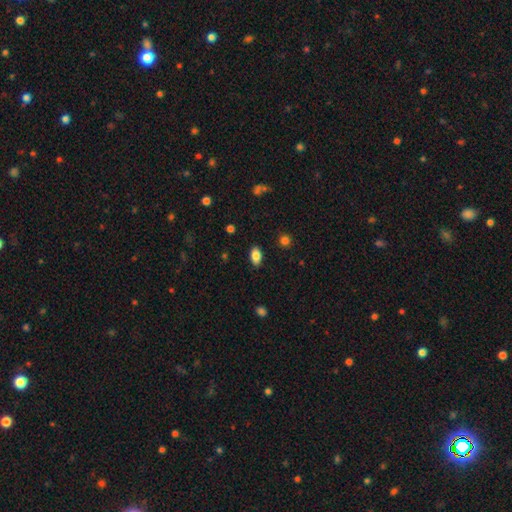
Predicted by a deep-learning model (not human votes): The model was most divided on "smooth or featured": smooth: 85%, star or artifact: 8%, featured or disk: 7%. More confident: how rounded — in between (92%); merging — none (87%).